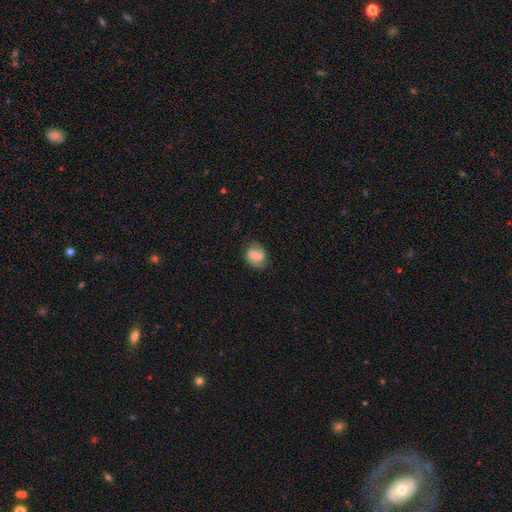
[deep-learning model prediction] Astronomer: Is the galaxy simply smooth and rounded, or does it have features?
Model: smooth — 54% (runner-up: featured or disk, 37%).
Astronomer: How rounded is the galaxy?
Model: in between — 57% (runner-up: round, 41%).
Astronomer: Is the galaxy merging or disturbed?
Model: none — 65%.